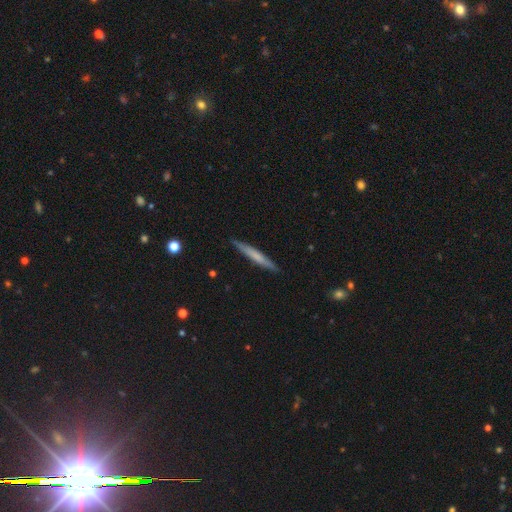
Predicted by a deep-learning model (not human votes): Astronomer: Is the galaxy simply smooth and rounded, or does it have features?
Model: smooth — 58% (runner-up: featured or disk, 37%).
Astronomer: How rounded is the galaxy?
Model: cigar-shaped — 95%.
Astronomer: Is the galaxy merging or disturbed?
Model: none — 89%.